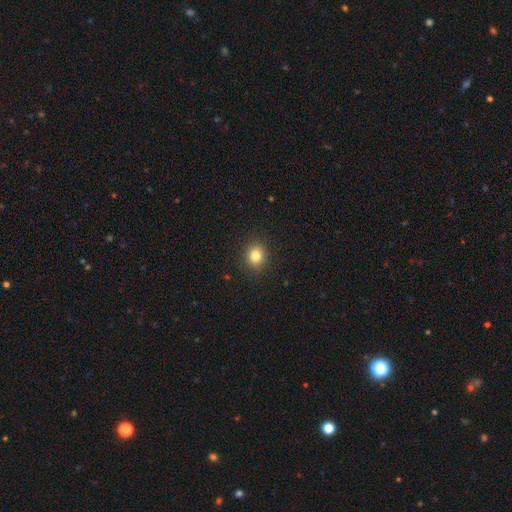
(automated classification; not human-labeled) smooth 82%, star or artifact 11%, featured or disk 7%. Down the decision tree: how rounded — round (76%); merging — none (90%).